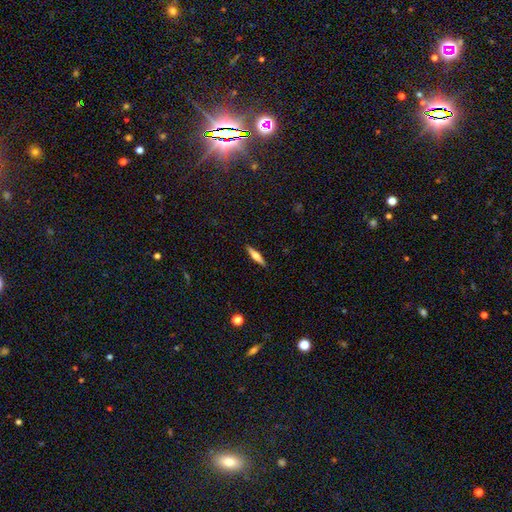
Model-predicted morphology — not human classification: Overall: smooth (53%; featured or disk 41%). How rounded: cigar-shaped (78%). Merging: none (90%).